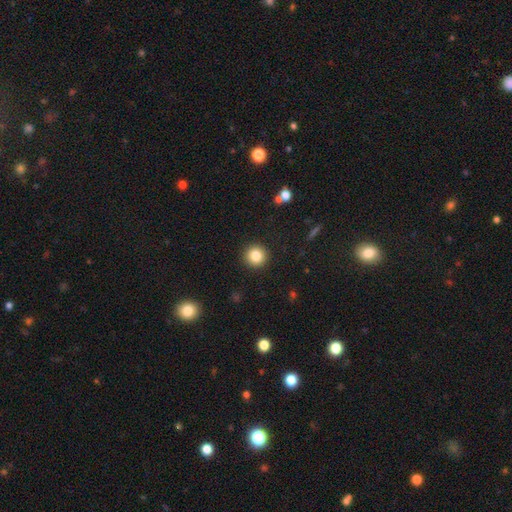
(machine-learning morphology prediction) smooth 84%, star or artifact 10%, featured or disk 6%. Down the decision tree: how rounded — round (95%); merging — none (92%).